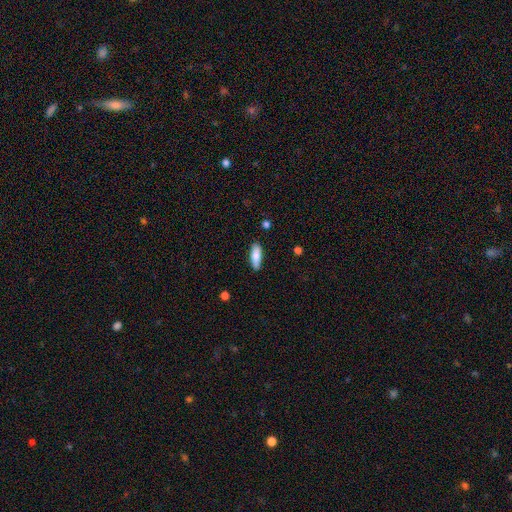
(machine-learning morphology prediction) Smooth or featured: smooth — 78% (featured or disk — 16%)
How rounded: in between — 58% (cigar-shaped — 40%)
Merging: none — 86% (minor disturbance — 11%)